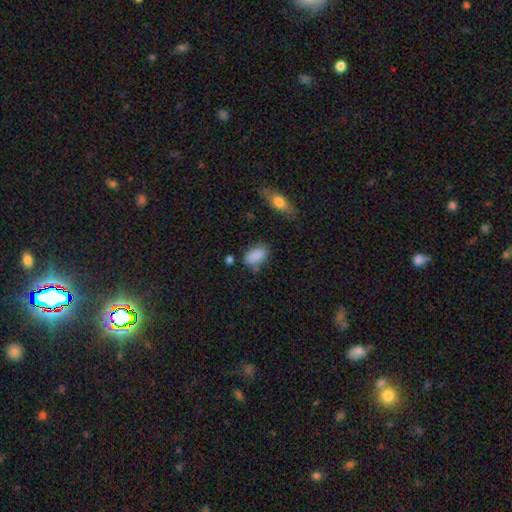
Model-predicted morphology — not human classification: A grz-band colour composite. It shows a smooth galaxy with no disk features (84%) that is in between round and cigar-shaped (89%). Merging: none (61%).